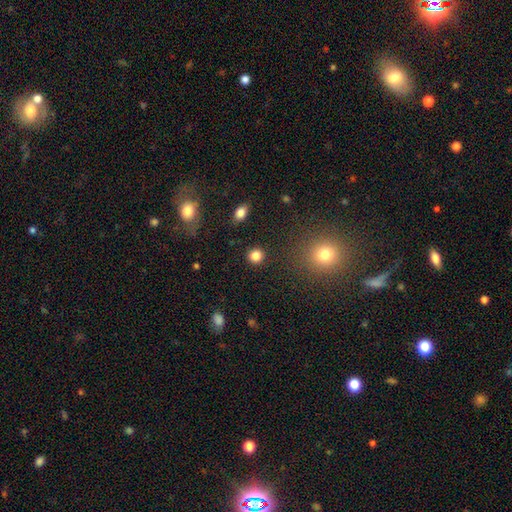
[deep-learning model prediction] A smooth galaxy with no disk features (84%) that is round (89%). Merging: none (90%).